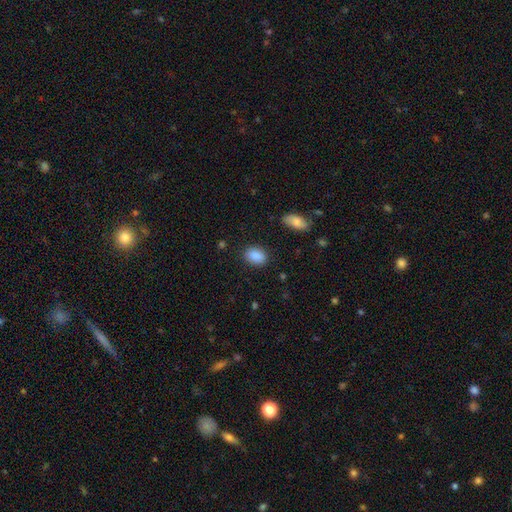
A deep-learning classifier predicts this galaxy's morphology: A smooth galaxy with no disk features (89%) that is in between round and cigar-shaped (82%).

Vote fractions:
- Smooth or featured? smooth: 89% / star or artifact: 7% / featured or disk: 4%
- How rounded? in between: 82% / round: 17% / cigar-shaped: 1%
- Merging? none: 85% / minor disturbance: 10% / major disturbance: 3% / merger: 2%